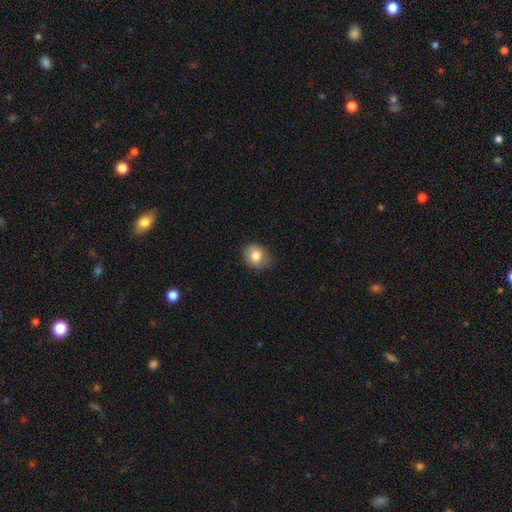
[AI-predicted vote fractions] Smooth or featured? smooth (79%)
How rounded? round (57%)
Merging? none (79%)